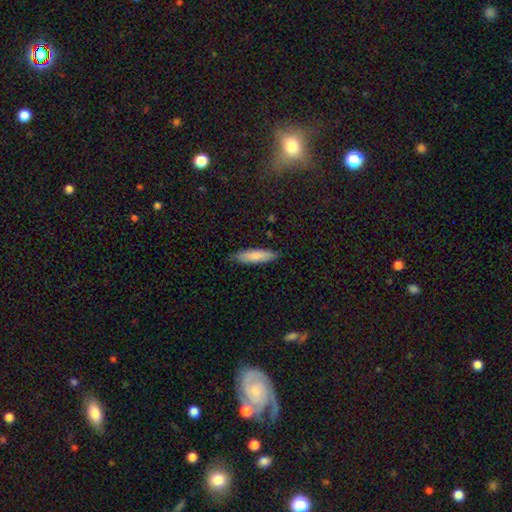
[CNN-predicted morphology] The model was most divided on "how rounded": cigar-shaped: 63%, in between: 36%, round: 1%. More confident: merging — none (86%); smooth or featured — smooth (83%).